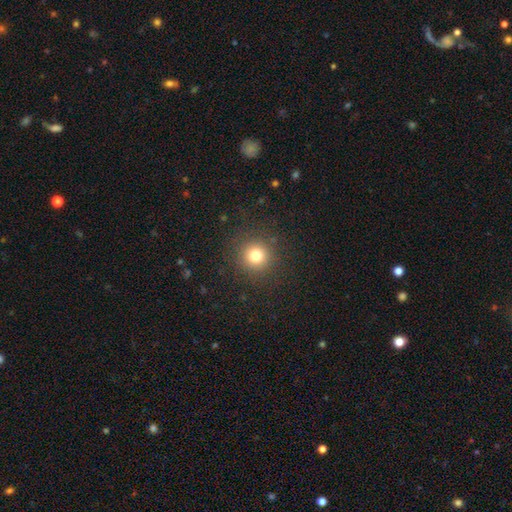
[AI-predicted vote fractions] Overall: smooth (78%). How rounded: round (94%). Merging: none (89%).